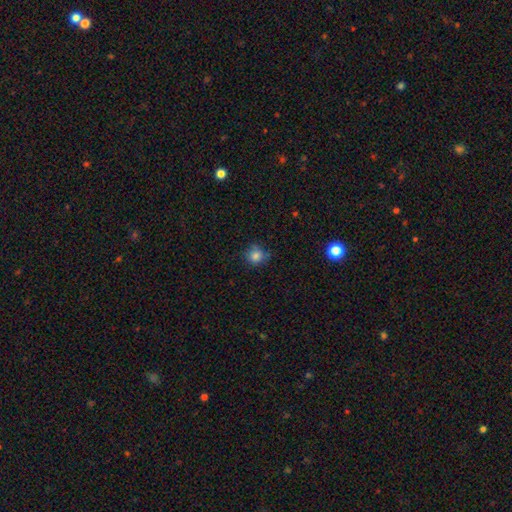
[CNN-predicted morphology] Smooth or featured: smooth — 81% (star or artifact — 12%)
How rounded: round — 87% (in between — 12%)
Merging: none — 72% (minor disturbance — 21%)